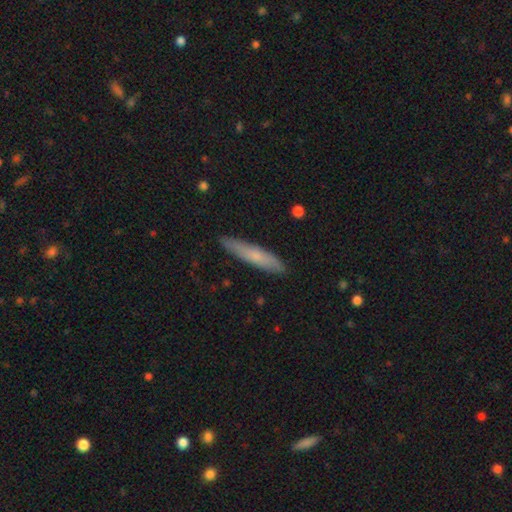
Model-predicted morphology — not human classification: smooth 65%, featured or disk 29%, star or artifact 6%. Down the decision tree: how rounded — cigar-shaped (89%); merging — none (88%).